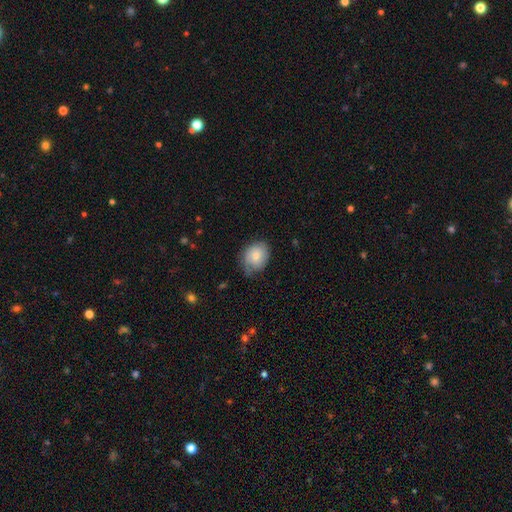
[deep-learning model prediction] A smooth galaxy with no disk features (70%) that is in between round and cigar-shaped (51%).

Vote fractions:
- Smooth or featured? smooth: 70% / featured or disk: 23% / star or artifact: 7%
- How rounded? in between: 51% / round: 48% / cigar-shaped: 1%
- Merging? none: 54% / minor disturbance: 33% / major disturbance: 11% / merger: 1%